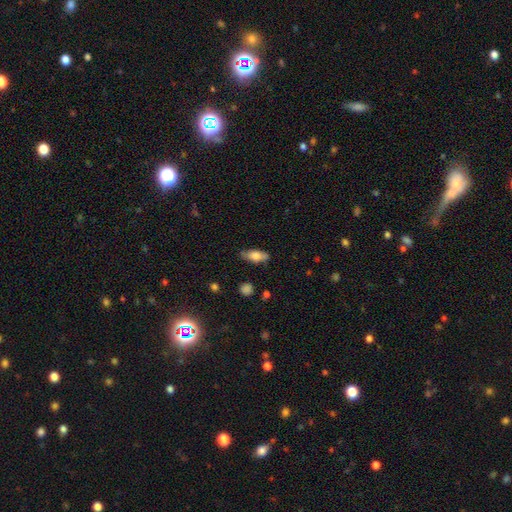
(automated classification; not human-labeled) A smooth galaxy with no disk features (69%) that is in between round and cigar-shaped (70%). Merging: none (79%).